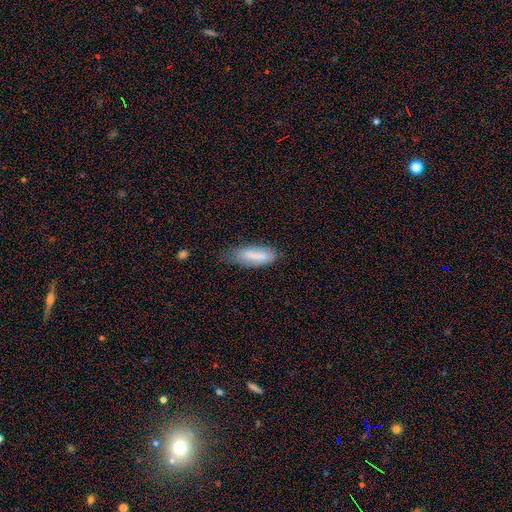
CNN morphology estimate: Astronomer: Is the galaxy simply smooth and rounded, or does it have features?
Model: smooth — 77%.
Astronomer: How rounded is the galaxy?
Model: in between — 65%.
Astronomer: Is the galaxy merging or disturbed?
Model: none — 49% (runner-up: minor disturbance, 36%).